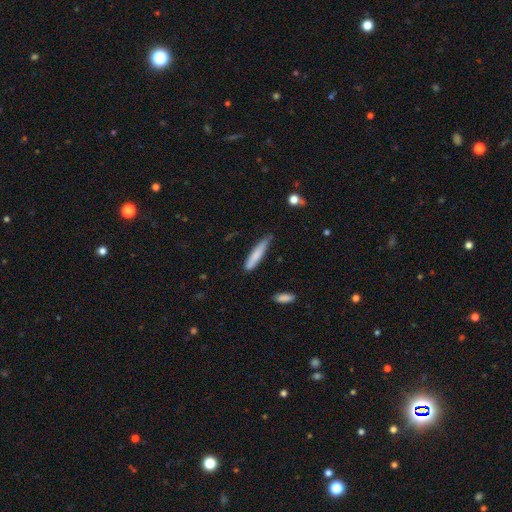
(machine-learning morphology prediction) The model was most divided on "merging": none: 63%, minor disturbance: 30%, major disturbance: 4%, merger: 3%. More confident: how rounded — cigar-shaped (89%); smooth or featured — smooth (76%).